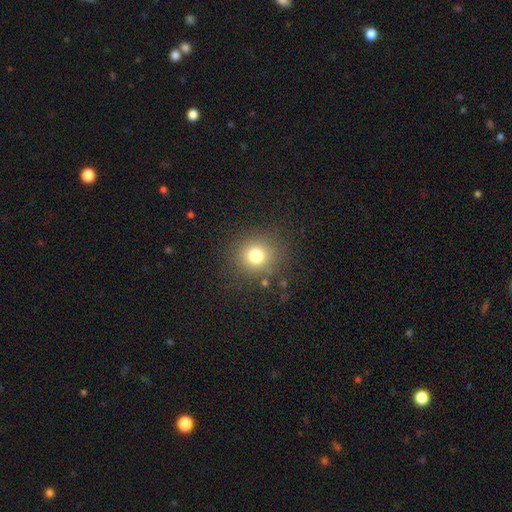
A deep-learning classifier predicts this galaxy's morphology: Overall: smooth (76%). How rounded: round (89%). Merging: none (86%).